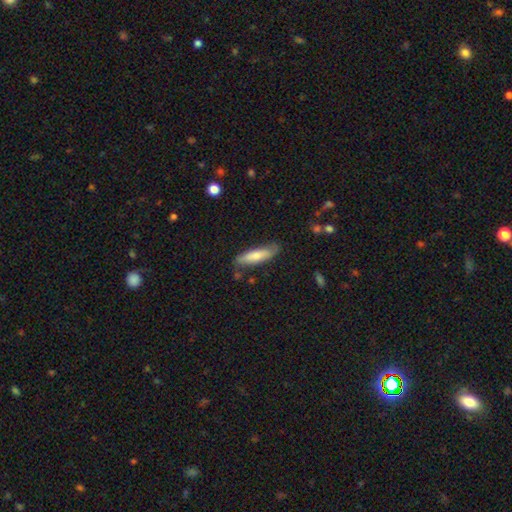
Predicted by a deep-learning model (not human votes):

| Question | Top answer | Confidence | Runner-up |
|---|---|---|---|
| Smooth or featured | smooth | 69% | featured or disk (25%) |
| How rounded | cigar-shaped | 65% | in between (33%) |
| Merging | none | 71% | minor disturbance (22%) |